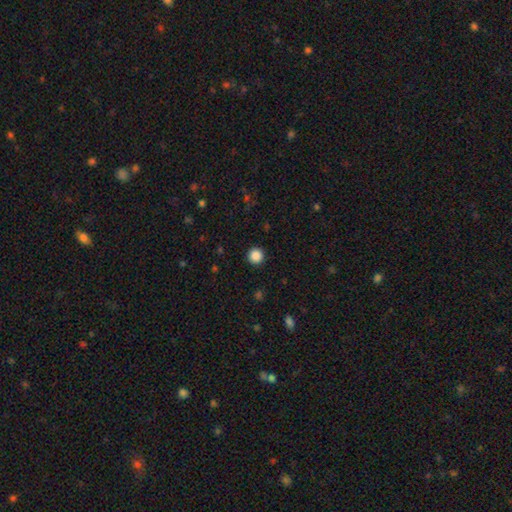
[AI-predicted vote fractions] Overall: smooth (88%). How rounded: round (96%). Merging: none (93%).